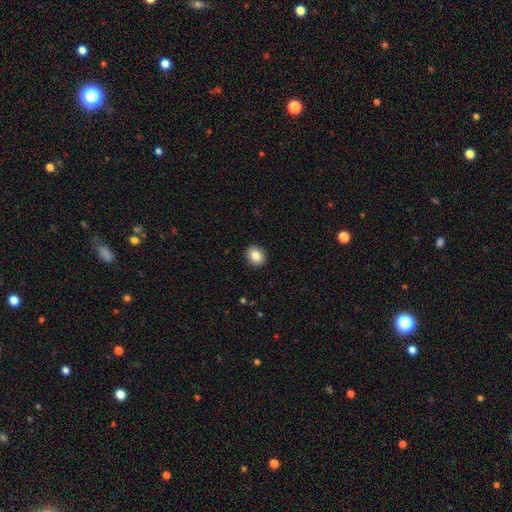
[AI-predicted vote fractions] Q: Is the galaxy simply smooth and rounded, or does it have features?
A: smooth — 84%.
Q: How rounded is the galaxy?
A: round — 60%.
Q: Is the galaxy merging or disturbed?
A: none — 91%.